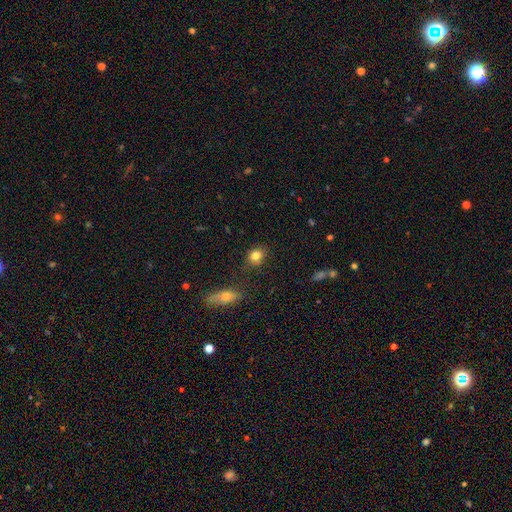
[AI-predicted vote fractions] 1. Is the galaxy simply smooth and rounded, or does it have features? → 82% smooth, 10% star or artifact, 7% featured or disk.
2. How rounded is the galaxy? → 57% round, 41% in between, 2% cigar-shaped.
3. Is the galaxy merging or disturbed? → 79% none, 13% minor disturbance, 4% merger, 3% major disturbance.